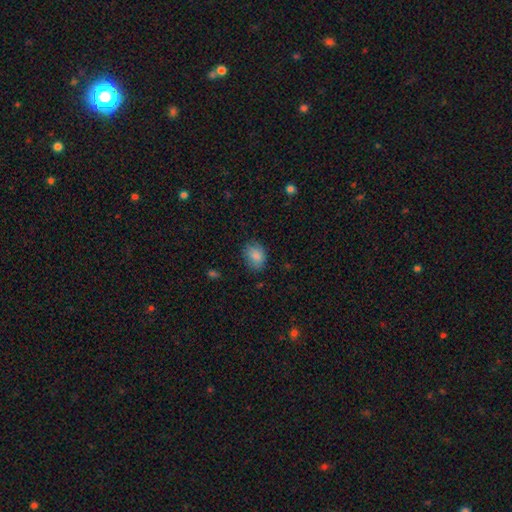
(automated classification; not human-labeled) Smooth or featured: smooth — 86% (star or artifact — 8%)
How rounded: in between — 64% (round — 35%)
Merging: none — 79% (minor disturbance — 16%)